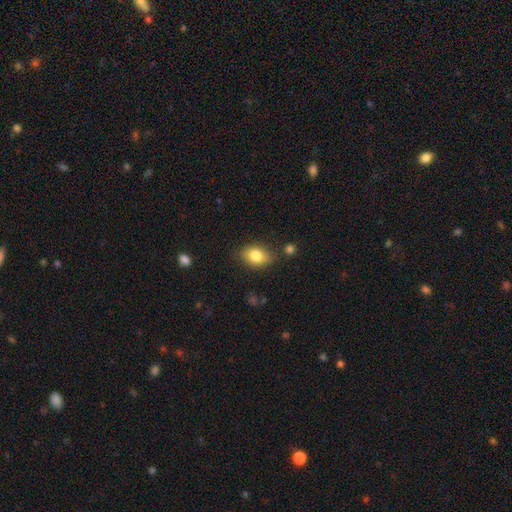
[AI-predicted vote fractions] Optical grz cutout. It shows a smooth galaxy with no disk features (82%) that is in between round and cigar-shaped (80%). Merging: none (79%).